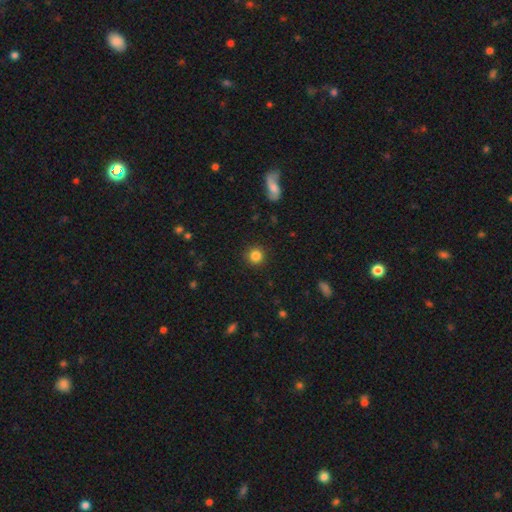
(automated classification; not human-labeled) Q: Smooth or featured?
A: smooth (85%); runner-up: star or artifact (11%)
Q: How rounded?
A: round (94%); runner-up: in between (5%)
Q: Merging?
A: none (91%); runner-up: minor disturbance (6%)